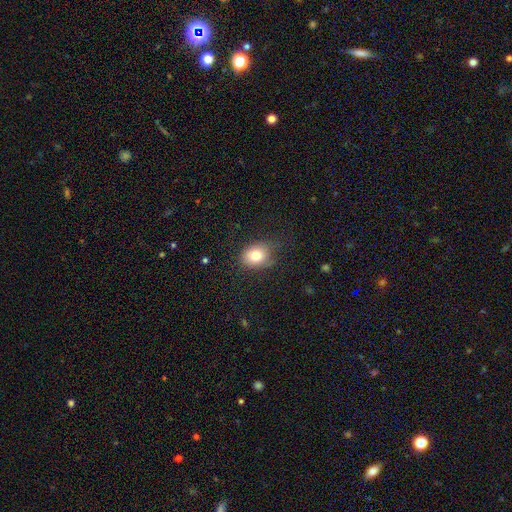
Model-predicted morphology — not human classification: type=smooth (80%); roundness=in between (58%); merging=none (66%).